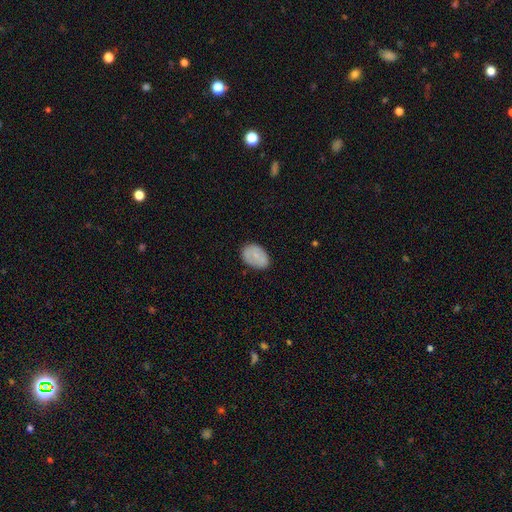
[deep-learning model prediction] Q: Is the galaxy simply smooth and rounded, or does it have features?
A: smooth — 73%.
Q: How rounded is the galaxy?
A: in between — 82%.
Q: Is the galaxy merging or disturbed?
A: none — 79%.